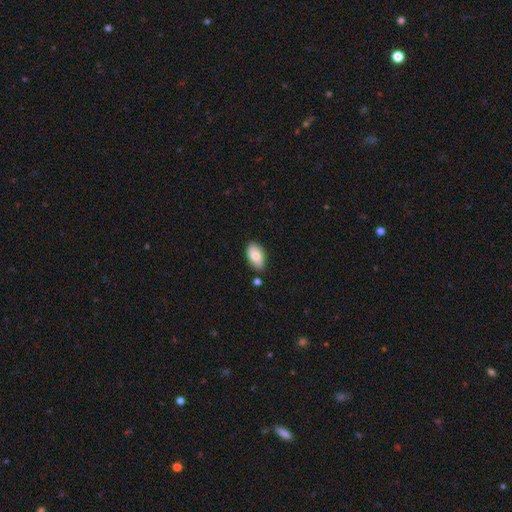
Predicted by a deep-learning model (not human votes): smooth_or_featured: smooth (p=0.80) [alt: featured or disk p=0.13]
how_rounded: in between (p=0.94) [alt: round p=0.04]
merging: none (p=0.77) [alt: minor disturbance p=0.16]